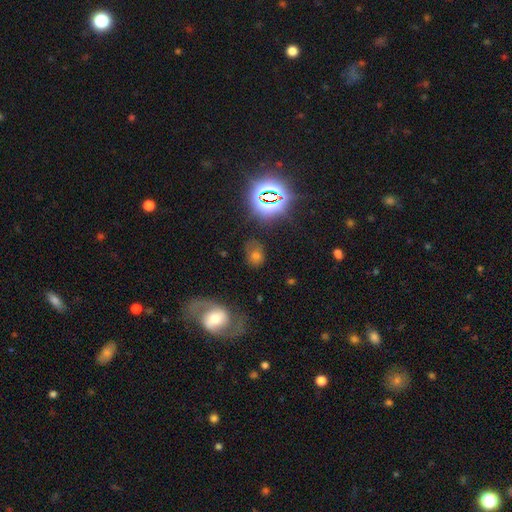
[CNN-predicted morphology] Smooth or featured: smooth — 48% (star or artifact — 30%)
Merging: none — 71% (minor disturbance — 15%)